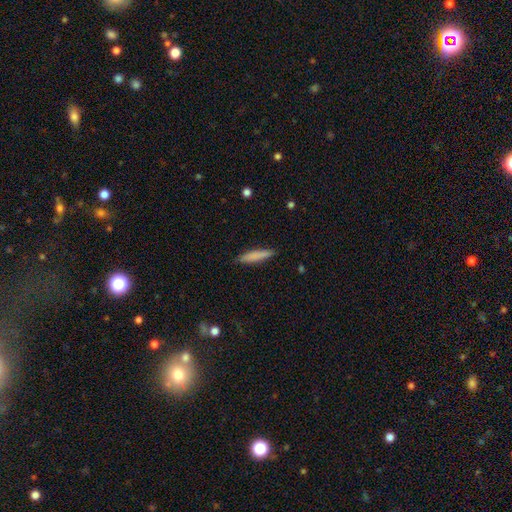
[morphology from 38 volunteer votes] Q: Smooth or featured?
A: smooth (87%); runner-up: featured or disk (13%)
Q: How rounded?
A: cigar-shaped (85%); runner-up: in between (15%)
Q: Merging?
A: none (89%); runner-up: minor disturbance (11%)